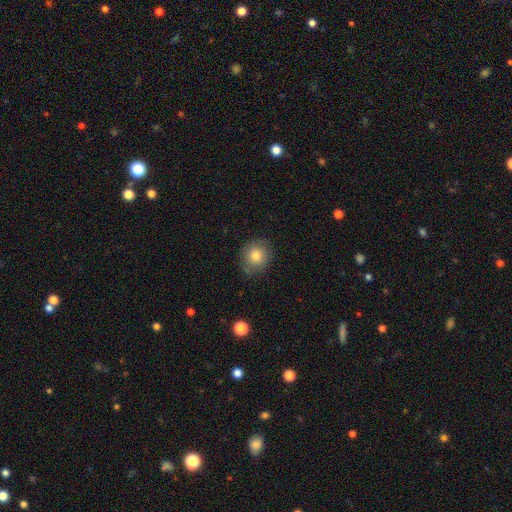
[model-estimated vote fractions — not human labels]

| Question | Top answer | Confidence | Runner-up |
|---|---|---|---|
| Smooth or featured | smooth | 80% | featured or disk (10%) |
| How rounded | round | 80% | in between (19%) |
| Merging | none | 80% | minor disturbance (15%) |